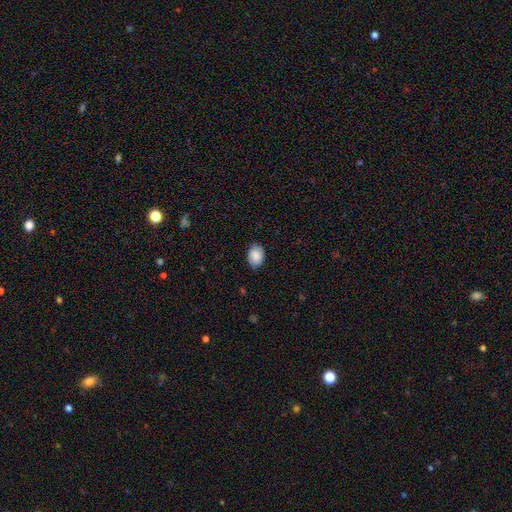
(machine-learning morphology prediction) type=smooth (88%); roundness=in between (78%); merging=none (86%).